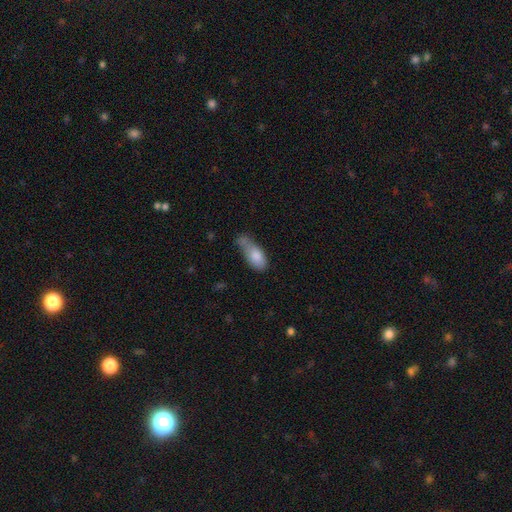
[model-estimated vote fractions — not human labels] smooth-or-featured: smooth: 79% | featured or disk: 13% | star or artifact: 7%
  how-rounded: in between: 83% | cigar-shaped: 13% | round: 4%
  merging: minor disturbance: 34% | none: 27% | major disturbance: 20% | merger: 19%